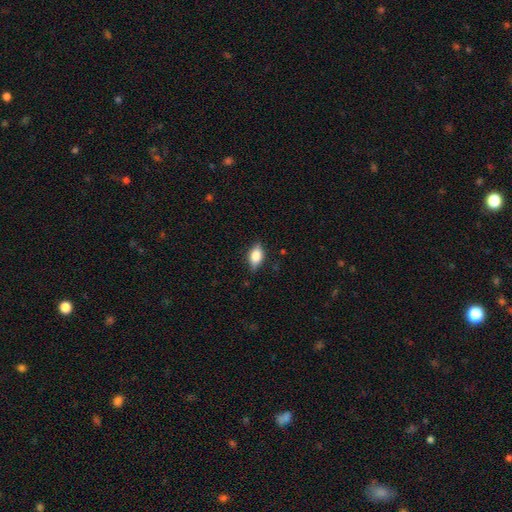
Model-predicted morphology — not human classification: This appears to be a smooth galaxy with no disk features (72%) that is in between round and cigar-shaped (84%). Merging: none (79%).